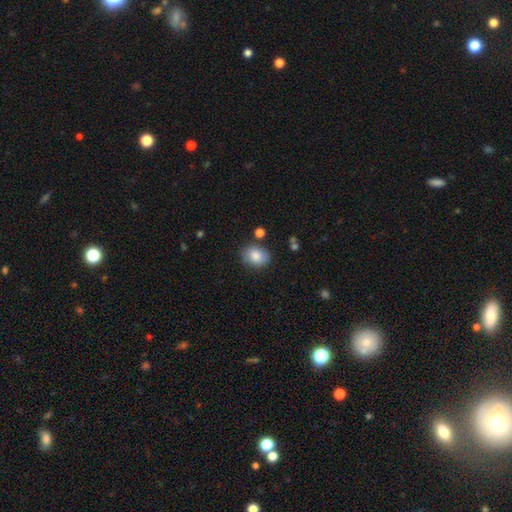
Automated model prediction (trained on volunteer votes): smooth 83%, featured or disk 9%, star or artifact 8%. Down the decision tree: how rounded — in between (57%); merging — none (79%).